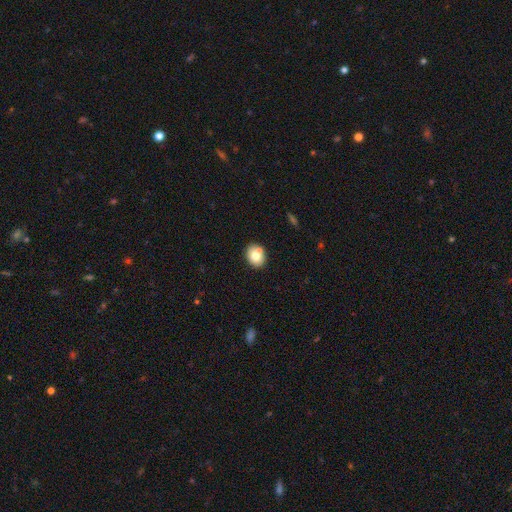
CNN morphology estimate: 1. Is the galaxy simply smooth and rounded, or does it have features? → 76% smooth, 15% featured or disk, 9% star or artifact.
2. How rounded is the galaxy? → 56% round, 43% in between, 1% cigar-shaped.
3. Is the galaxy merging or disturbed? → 74% none, 12% merger, 11% minor disturbance, 3% major disturbance.